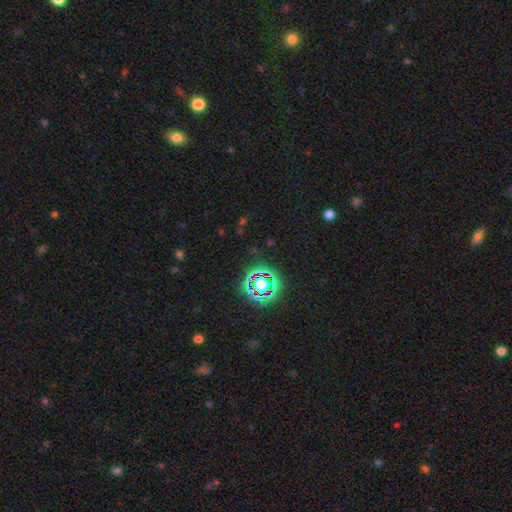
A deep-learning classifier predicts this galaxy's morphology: Smooth or featured?
  - star or artifact: 76% *
  - smooth: 15%
  - featured or disk: 9%